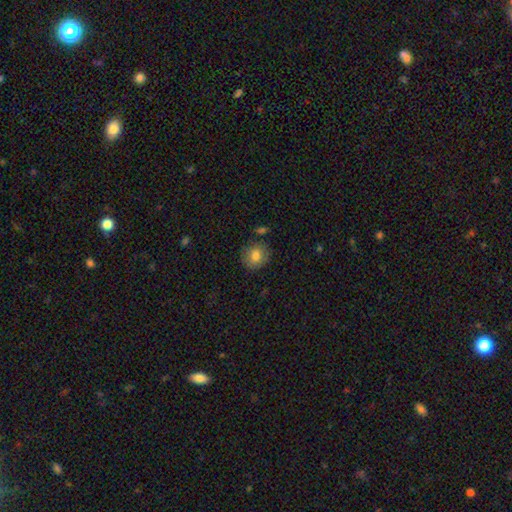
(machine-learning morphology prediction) This is clearly a smooth galaxy (80%). How rounded: clearly round (85%). Merging: clearly none (82%).